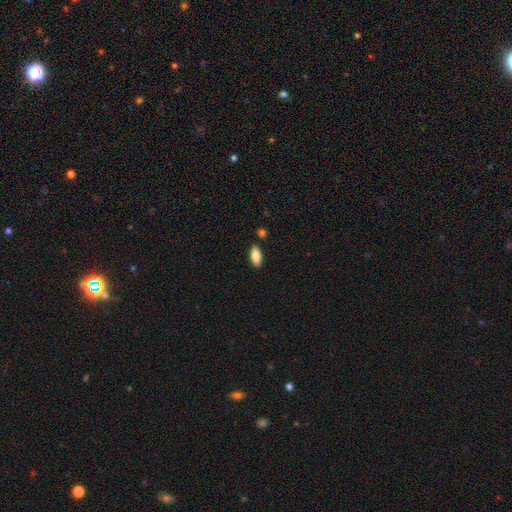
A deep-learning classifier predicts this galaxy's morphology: Smooth or featured? Predicted: smooth (p=0.82). How rounded? Predicted: in between (p=0.87). Merging? Predicted: none (p=0.86).